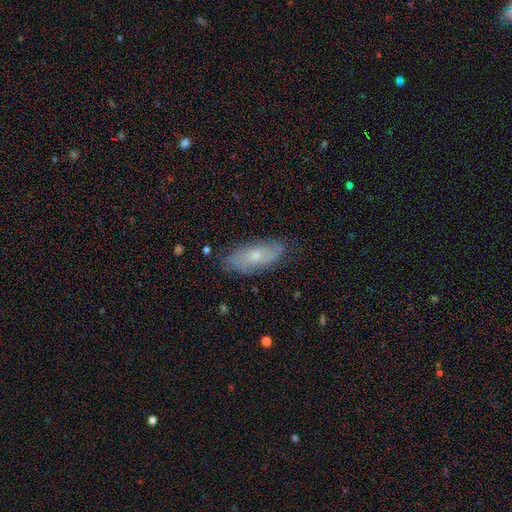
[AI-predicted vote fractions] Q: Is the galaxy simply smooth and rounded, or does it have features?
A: smooth — 49%.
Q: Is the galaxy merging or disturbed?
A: none — 77%.